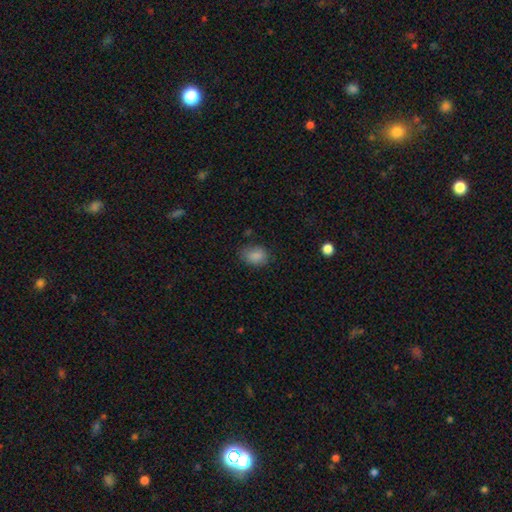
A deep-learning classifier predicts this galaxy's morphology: Smooth or featured?
  - smooth: 86% *
  - star or artifact: 9%
  - featured or disk: 5%
How rounded?
  - in between: 72% *
  - round: 27%
  - cigar-shaped: 1%
Merging?
  - none: 72% *
  - minor disturbance: 21%
  - major disturbance: 5%
  - merger: 2%